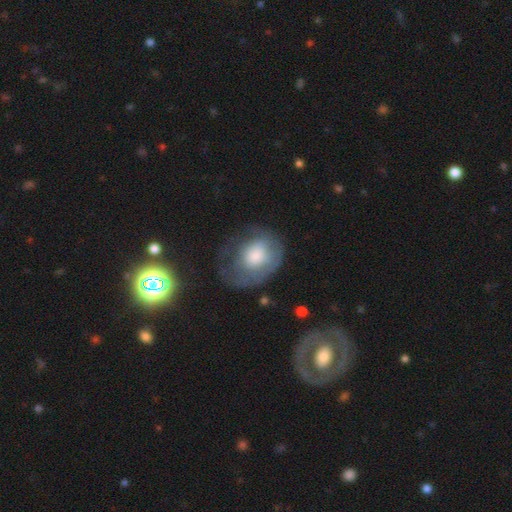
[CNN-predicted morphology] Smooth or featured: smooth — 54% (featured or disk — 37%)
How rounded: in between — 52% (round — 47%)
Merging: none — 43% (major disturbance — 28%)